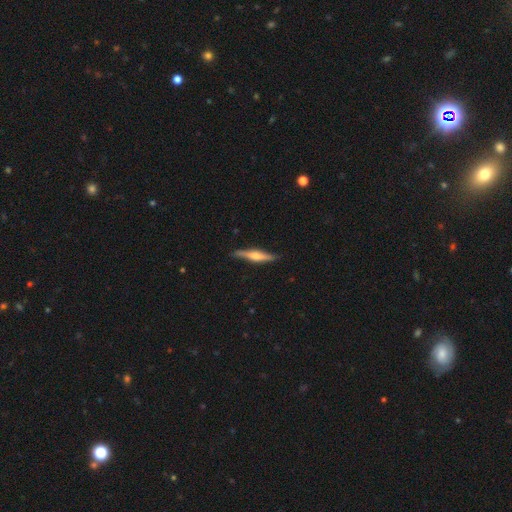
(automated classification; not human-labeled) Smooth or featured: featured or disk — 65% (smooth — 30%)
Edge-on disk: yes — 96% (no — 4%)
Edge-on bulge: rounded — 77% (boxy — 15%)
Merging: none — 86% (minor disturbance — 11%)